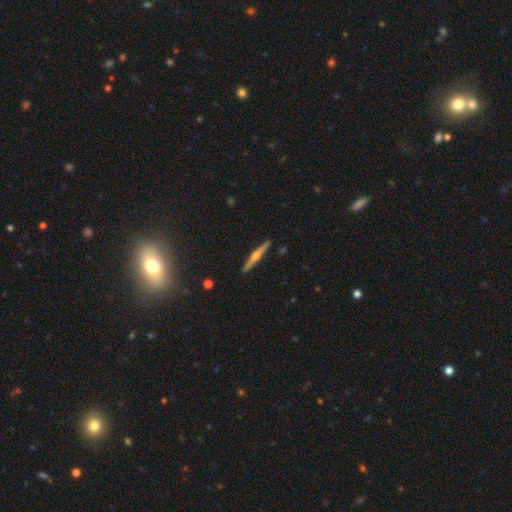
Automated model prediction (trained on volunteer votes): smooth-or-featured: featured or disk: 73% | smooth: 20% | star or artifact: 7%
  disk-edge-on: yes: 98% | no: 2%
    edge-on-bulge: rounded: 85% | none: 8% | boxy: 7%
  merging: none: 91% | minor disturbance: 6% | major disturbance: 1% | merger: 1%